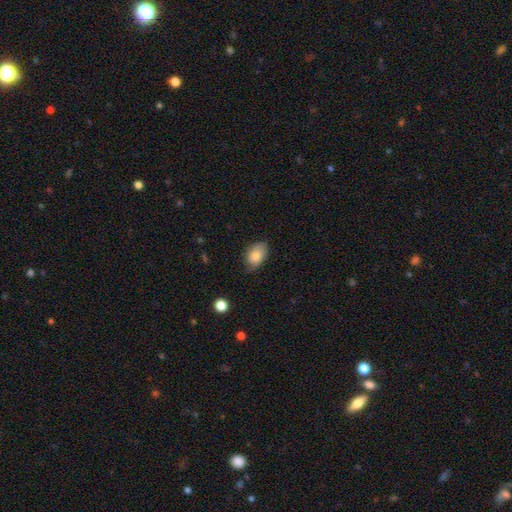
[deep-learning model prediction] Smooth or featured?
  - smooth: 81% *
  - featured or disk: 12%
  - star or artifact: 7%
How rounded?
  - in between: 88% *
  - round: 11%
  - cigar-shaped: 1%
Merging?
  - none: 68% *
  - minor disturbance: 26%
  - major disturbance: 5%
  - merger: 1%